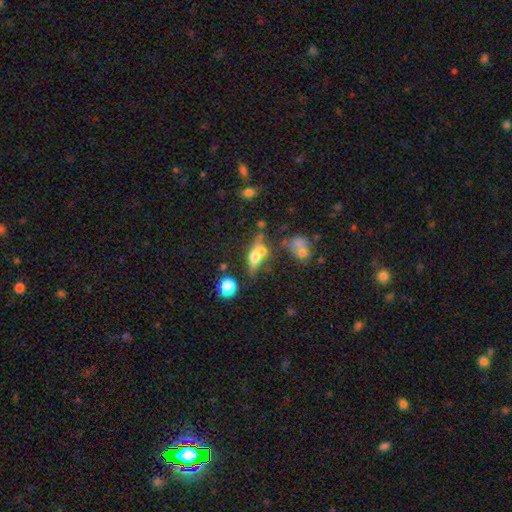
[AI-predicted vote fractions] Morphology: type=smooth (50%); roundness=in between (61%); merging=merger (36%).